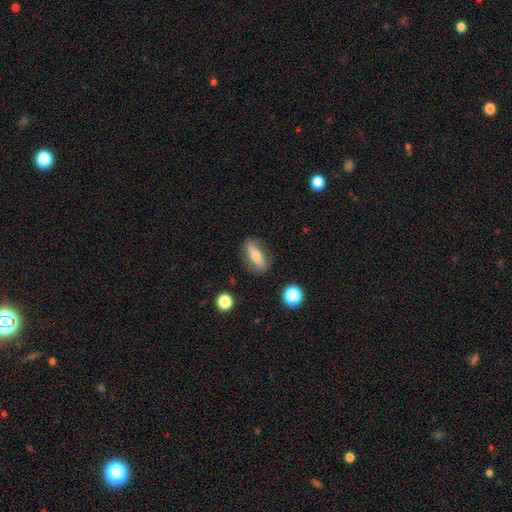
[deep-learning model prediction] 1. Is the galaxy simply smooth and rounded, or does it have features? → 57% smooth, 35% featured or disk, 8% star or artifact.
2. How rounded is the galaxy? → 62% in between, 32% cigar-shaped, 6% round.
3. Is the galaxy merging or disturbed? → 77% none, 17% minor disturbance, 5% major disturbance, 2% merger.